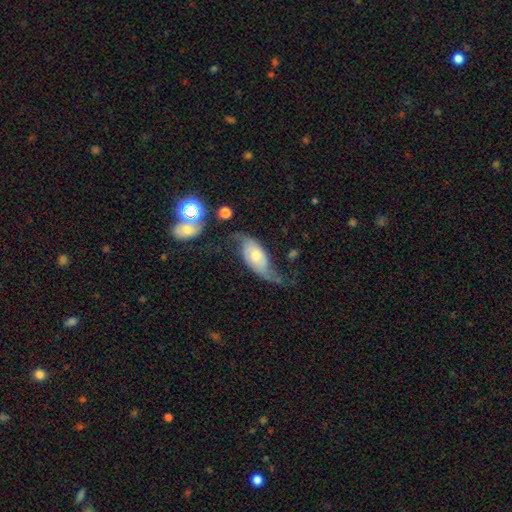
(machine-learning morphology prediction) type=featured or disk (65%); edge-on=no (89%); bar=no (67%); spiral arms=yes (87%); winding=loose (73%); arm count=2 (86%); bulge=moderate (57%); merging=none (42%).